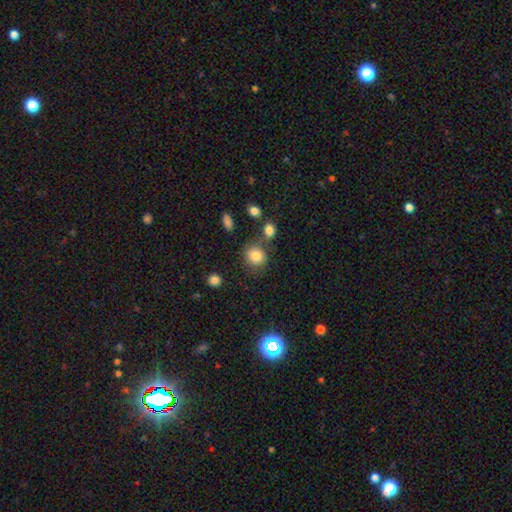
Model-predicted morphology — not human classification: The model was most divided on "merging": none: 70%, minor disturbance: 13%, merger: 12%, major disturbance: 5%. More confident: smooth or featured — smooth (83%); how rounded — round (81%).